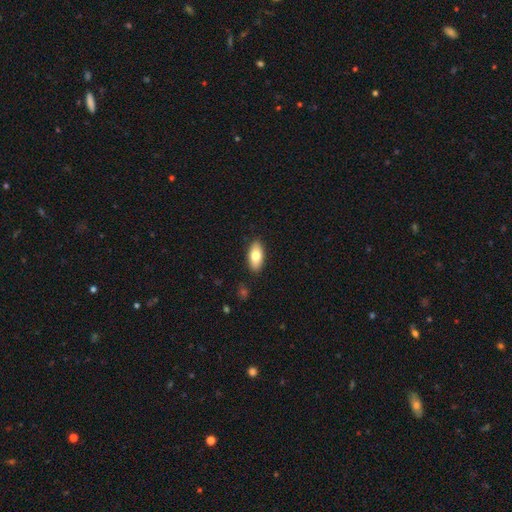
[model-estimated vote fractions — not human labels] A smooth galaxy with no disk features (76%) that is in between round and cigar-shaped (89%). Merging: none (89%).